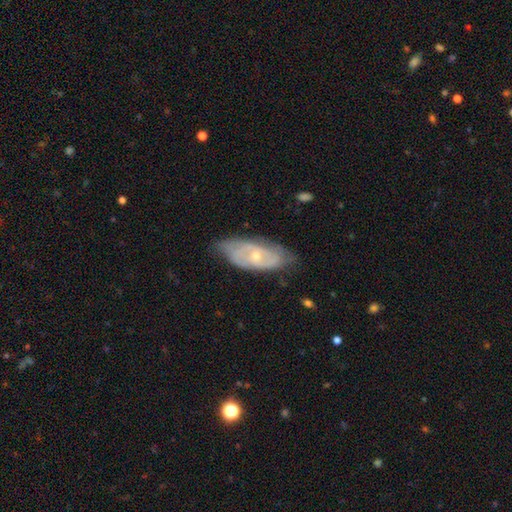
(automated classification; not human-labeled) The model was most divided on "bulge size": small: 63%, moderate: 34%, none: 1%, large: 1%, dominant: 1%. More confident: edge-on disk — no (88%); spiral arms — yes (78%); smooth or featured — featured or disk (71%); bar — no (68%); merging — none (67%).